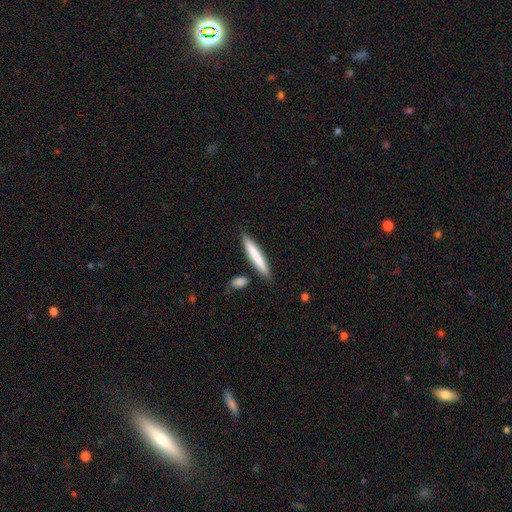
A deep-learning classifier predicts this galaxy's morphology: This appears to be a smooth galaxy with no disk features (77%) that is cigar-shaped (93%). Merging: none (86%).